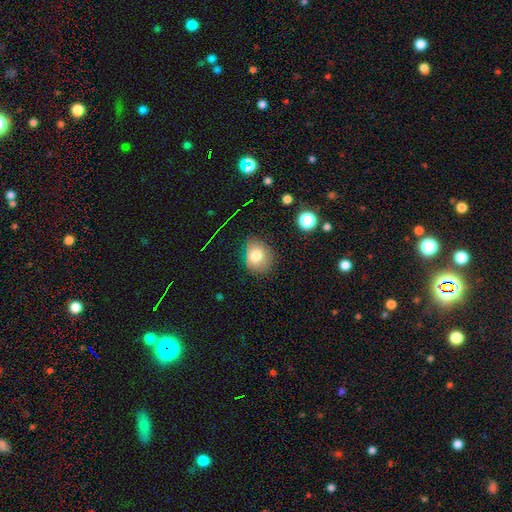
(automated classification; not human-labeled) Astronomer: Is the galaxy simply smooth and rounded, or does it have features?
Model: smooth — 77%.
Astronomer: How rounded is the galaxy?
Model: round — 61% (runner-up: in between, 38%).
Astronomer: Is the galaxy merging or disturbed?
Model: none — 77%.